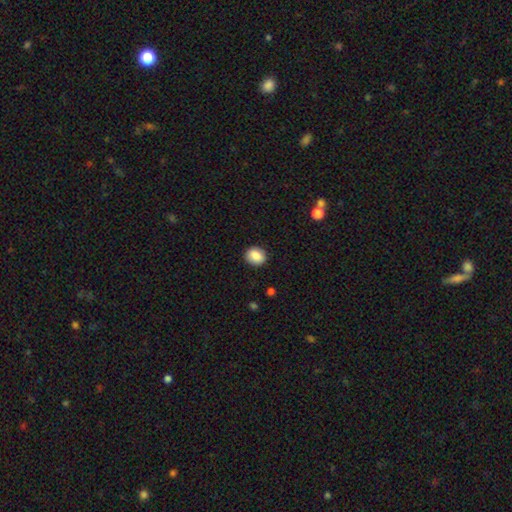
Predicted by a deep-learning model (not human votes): Q: Smooth or featured?
A: smooth (88%); runner-up: star or artifact (8%)
Q: How rounded?
A: round (67%); runner-up: in between (32%)
Q: Merging?
A: none (89%); runner-up: minor disturbance (8%)